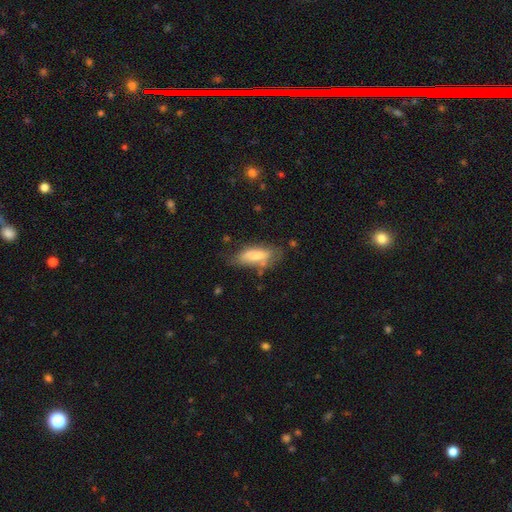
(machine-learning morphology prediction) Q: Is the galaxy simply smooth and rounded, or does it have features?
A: smooth — 75%.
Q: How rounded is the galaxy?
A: in between — 76%.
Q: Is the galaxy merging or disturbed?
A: none — 55%.